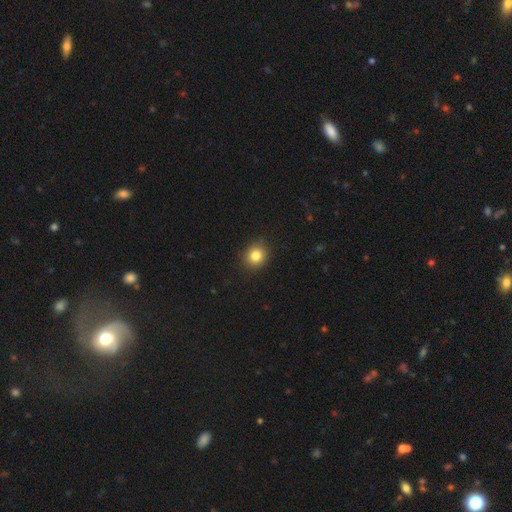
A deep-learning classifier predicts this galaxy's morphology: smooth-or-featured: smooth: 82% | star or artifact: 11% | featured or disk: 6%
  how-rounded: round: 78% | in between: 21% | cigar-shaped: 1%
  merging: none: 89% | minor disturbance: 8% | major disturbance: 2% | merger: 1%